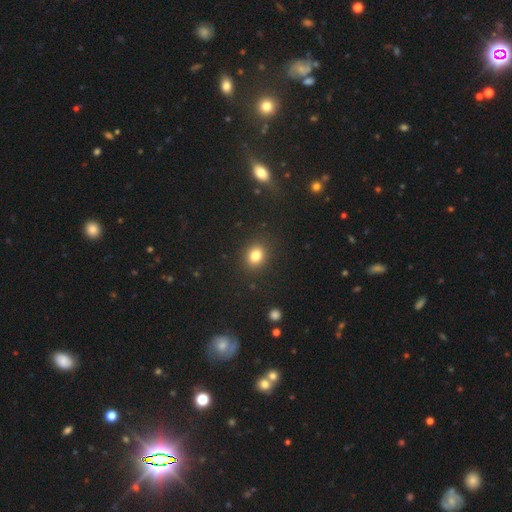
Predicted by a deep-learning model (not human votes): This appears to be a smooth galaxy with no disk features (82%) that is round (65%). Merging: none (88%).